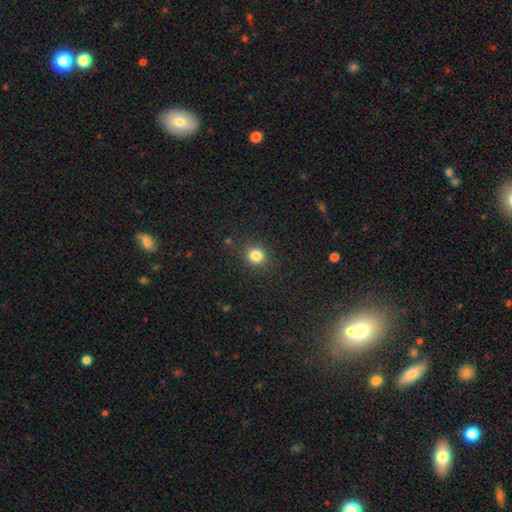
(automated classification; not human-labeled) Smooth or featured? Predicted: smooth (p=0.83). How rounded? Predicted: round (p=0.86). Merging? Predicted: none (p=0.88).